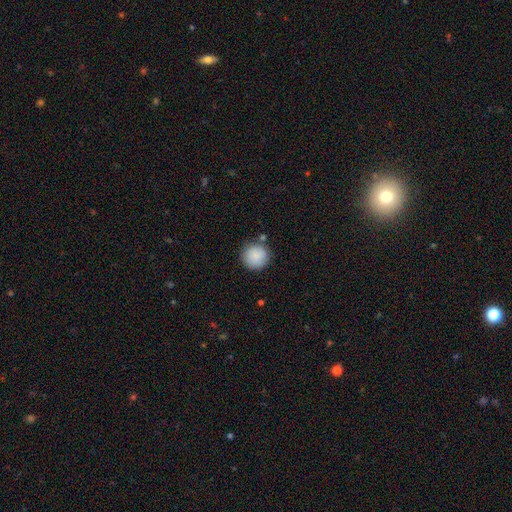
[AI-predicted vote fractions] Overall: smooth (88%). How rounded: round (94%). Merging: none (80%).